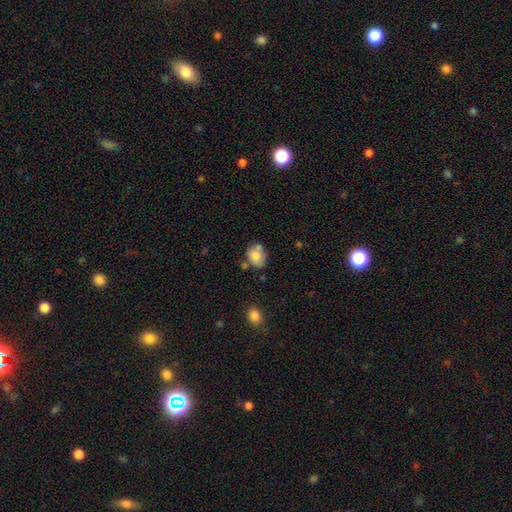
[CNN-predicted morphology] Smooth or featured?
  - smooth: 76% *
  - featured or disk: 15%
  - star or artifact: 9%
How rounded?
  - in between: 54% *
  - round: 45%
  - cigar-shaped: 1%
Merging?
  - none: 56% *
  - minor disturbance: 20%
  - merger: 18%
  - major disturbance: 6%